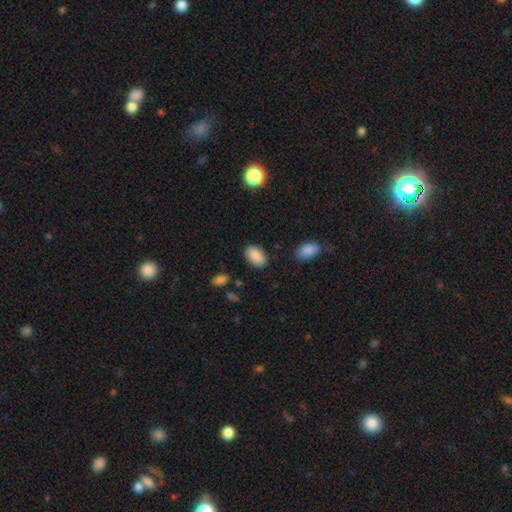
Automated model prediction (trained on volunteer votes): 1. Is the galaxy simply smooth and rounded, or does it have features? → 86% smooth, 8% star or artifact, 6% featured or disk.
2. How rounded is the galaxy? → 91% in between, 8% round, 2% cigar-shaped.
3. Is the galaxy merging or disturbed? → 85% none, 10% minor disturbance, 3% major disturbance, 2% merger.